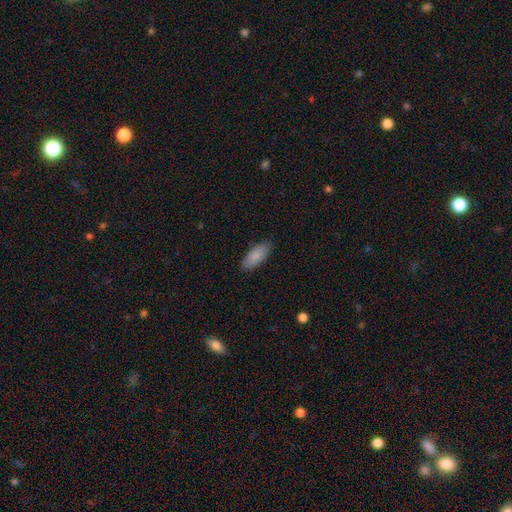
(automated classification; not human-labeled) The model was most divided on "how rounded": in between: 80%, cigar-shaped: 18%, round: 2%. More confident: smooth or featured — smooth (88%); merging — none (87%).